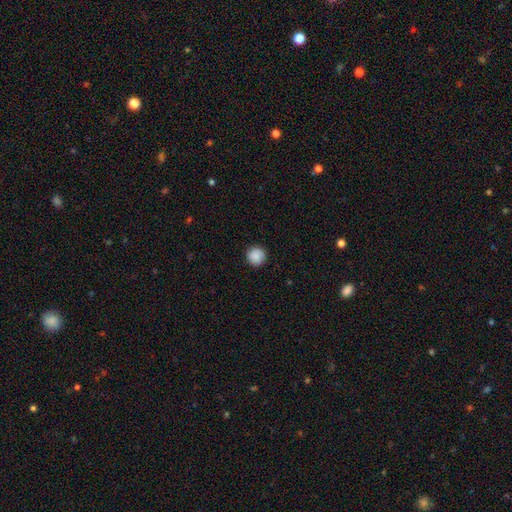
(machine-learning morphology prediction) A smooth galaxy with no disk features (89%) that is round (95%).

Vote fractions:
- Smooth or featured? smooth: 89% / star or artifact: 8% / featured or disk: 3%
- How rounded? round: 95% / in between: 4% / cigar-shaped: 1%
- Merging? none: 91% / minor disturbance: 6% / major disturbance: 2% / merger: 1%